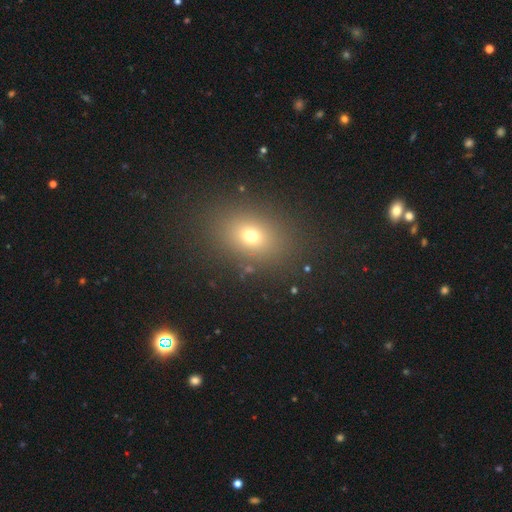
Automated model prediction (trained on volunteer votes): smooth 61%, star or artifact 30%, featured or disk 10%. Down the decision tree: how rounded — in between (63%); merging — none (89%).